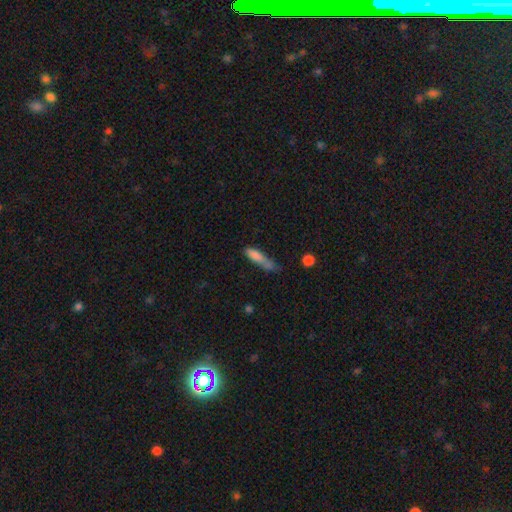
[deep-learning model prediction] The model was most divided on "merging": none: 35%, minor disturbance: 28%, merger: 22%, major disturbance: 16%. More confident: smooth or featured — smooth (78%); how rounded — cigar-shaped (65%).